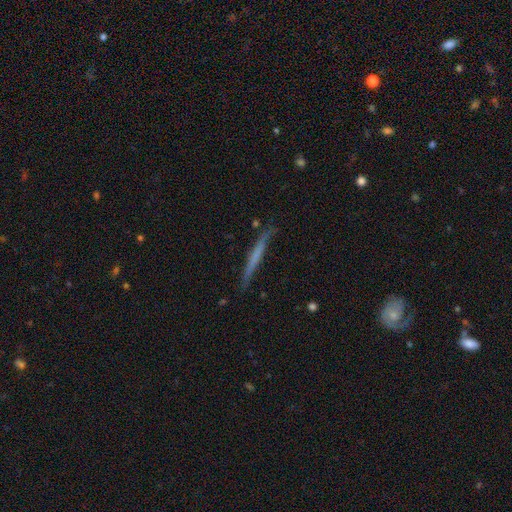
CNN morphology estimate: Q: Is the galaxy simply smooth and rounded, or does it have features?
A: featured or disk — 49%.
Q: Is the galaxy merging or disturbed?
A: none — 83%.